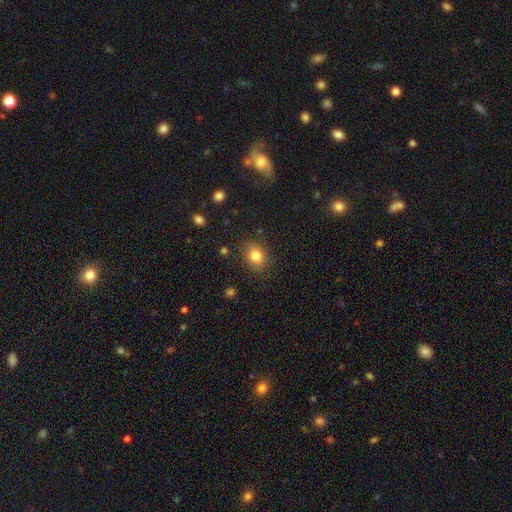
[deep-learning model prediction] Smooth or featured? Predicted: smooth (p=0.82). How rounded? Predicted: round (p=0.59). Merging? Predicted: none (p=0.86).